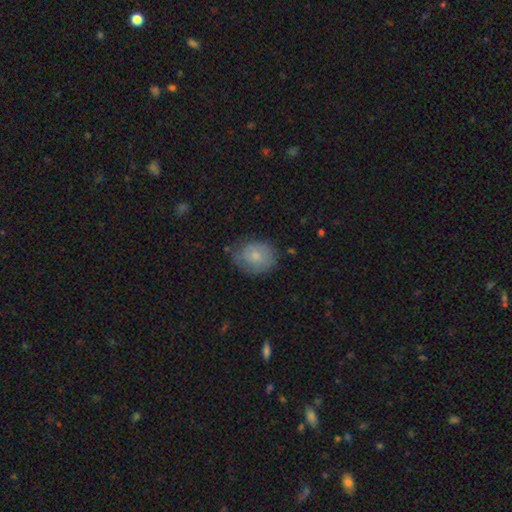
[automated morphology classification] smooth_or_featured: smooth (p=0.70) [alt: featured or disk p=0.23]
how_rounded: in between (p=0.51) [alt: round p=0.48]
merging: none (p=0.64) [alt: minor disturbance p=0.27]